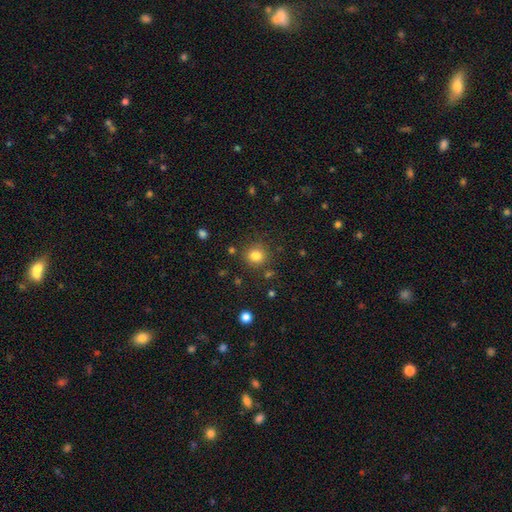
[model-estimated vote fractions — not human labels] smooth-or-featured: smooth: 81% | star or artifact: 13% | featured or disk: 6%
  how-rounded: round: 91% | in between: 8% | cigar-shaped: 1%
  merging: none: 85% | minor disturbance: 8% | merger: 3% | major disturbance: 3%